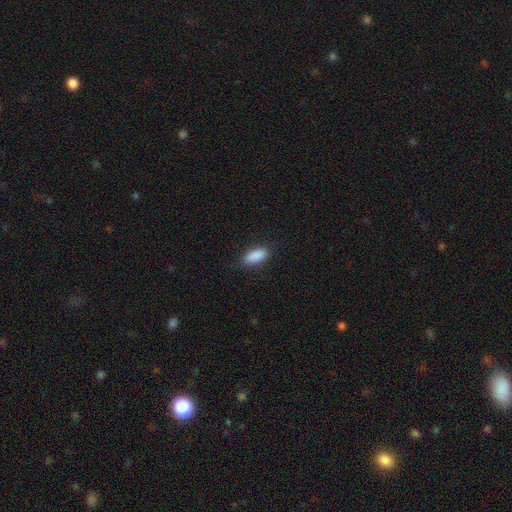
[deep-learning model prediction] This appears to be a smooth galaxy with no disk features (90%) that is in between round and cigar-shaped (87%). Merging: none (83%).